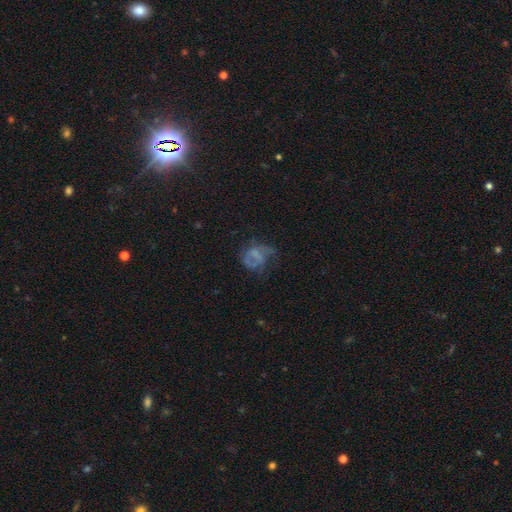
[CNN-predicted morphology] Q: Smooth or featured?
A: featured or disk (49%); runner-up: smooth (37%)
Q: Merging?
A: major disturbance (40%); runner-up: none (36%)